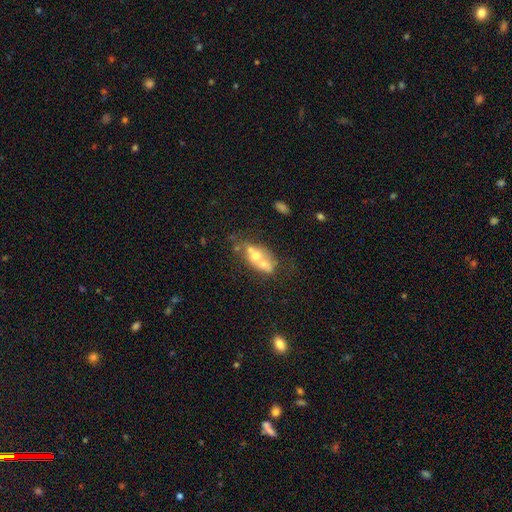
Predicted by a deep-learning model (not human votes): Overall: smooth (49%; featured or disk 39%). Merging: merger (60%; none 24%).